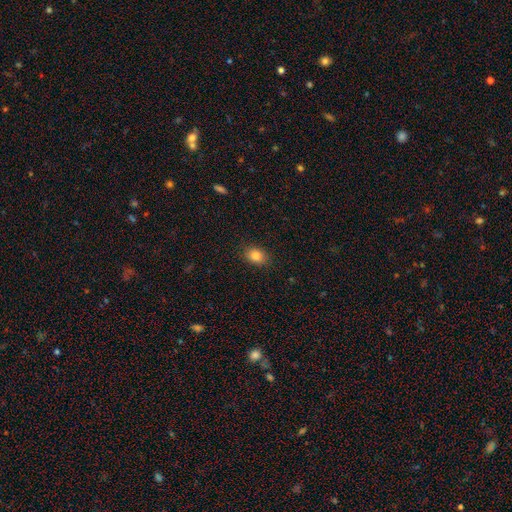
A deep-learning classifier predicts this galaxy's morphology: Q: Smooth or featured?
A: smooth (84%); runner-up: star or artifact (10%)
Q: How rounded?
A: in between (64%); runner-up: round (35%)
Q: Merging?
A: none (87%); runner-up: minor disturbance (10%)